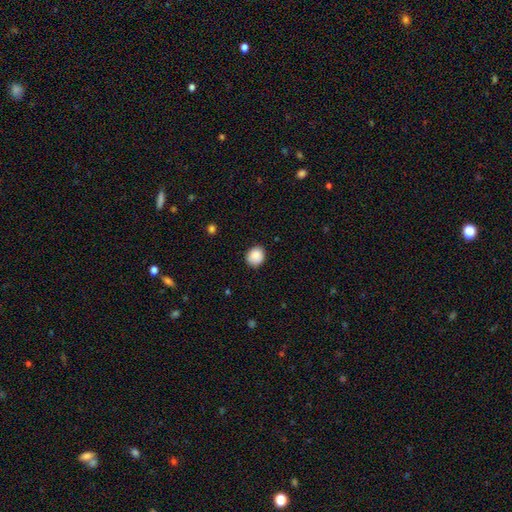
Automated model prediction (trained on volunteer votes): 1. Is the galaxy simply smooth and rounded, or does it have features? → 89% smooth, 8% star or artifact, 3% featured or disk.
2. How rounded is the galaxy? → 75% round, 25% in between, 1% cigar-shaped.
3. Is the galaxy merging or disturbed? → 86% none, 10% minor disturbance, 2% major disturbance, 1% merger.